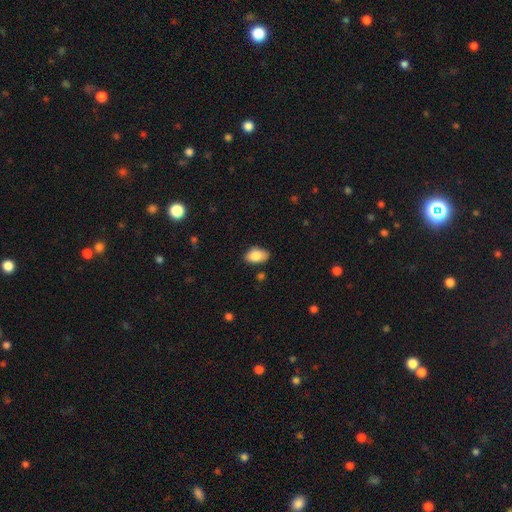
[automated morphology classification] A smooth galaxy with no disk features (85%) that is in between round and cigar-shaped (91%). Merging: none (79%).